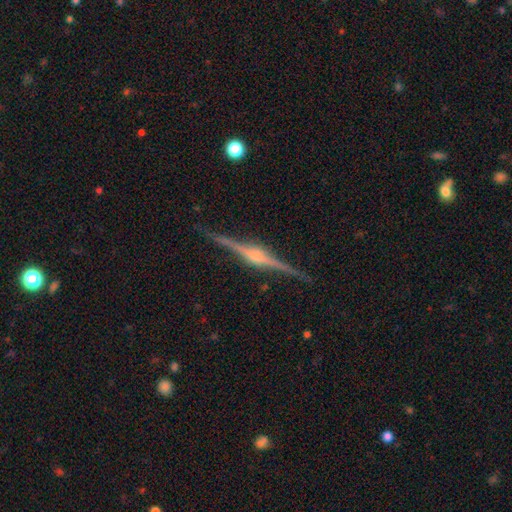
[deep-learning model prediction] Smooth or featured: featured or disk — 89% (smooth — 6%)
Edge-on disk: yes — 98% (no — 2%)
Edge-on bulge: rounded — 86% (boxy — 11%)
Merging: none — 89% (minor disturbance — 8%)